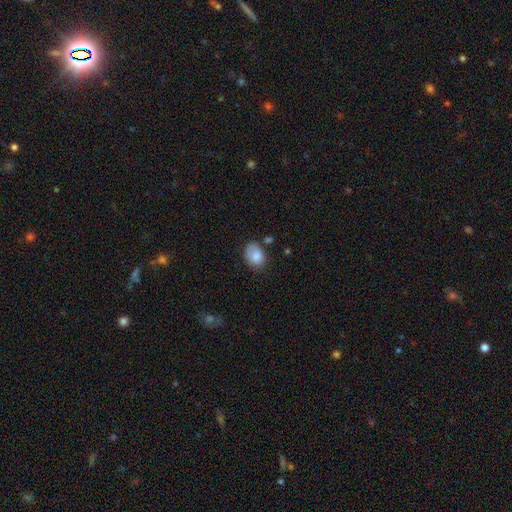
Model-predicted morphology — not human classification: This appears to be a smooth galaxy with no disk features (83%) that is in between round and cigar-shaped (77%). Merging: none (59%).